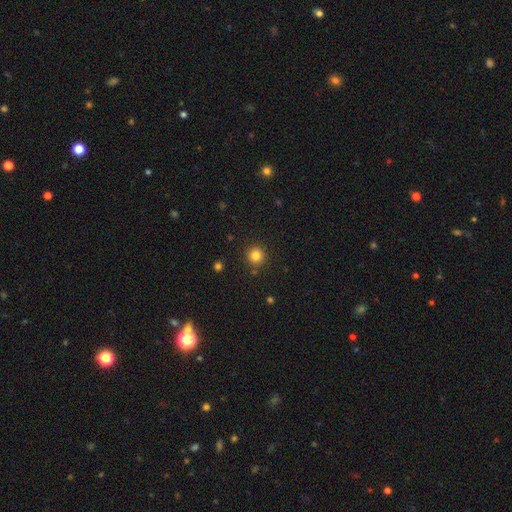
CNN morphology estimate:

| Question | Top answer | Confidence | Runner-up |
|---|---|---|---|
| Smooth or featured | smooth | 82% | star or artifact (13%) |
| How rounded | round | 94% | in between (5%) |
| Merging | none | 88% | minor disturbance (7%) |